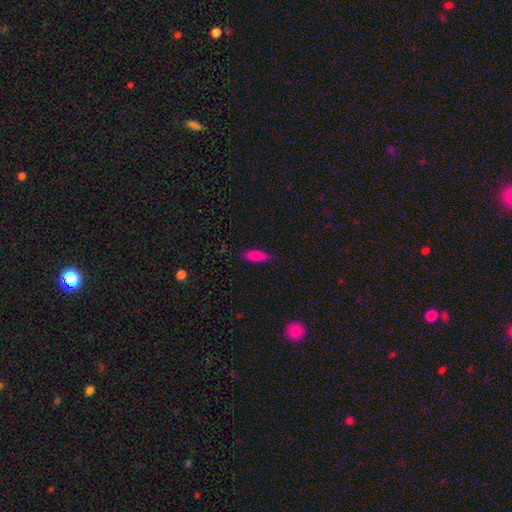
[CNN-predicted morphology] Smooth or featured? smooth (84%)
How rounded? in between (70%)
Merging? none (83%)